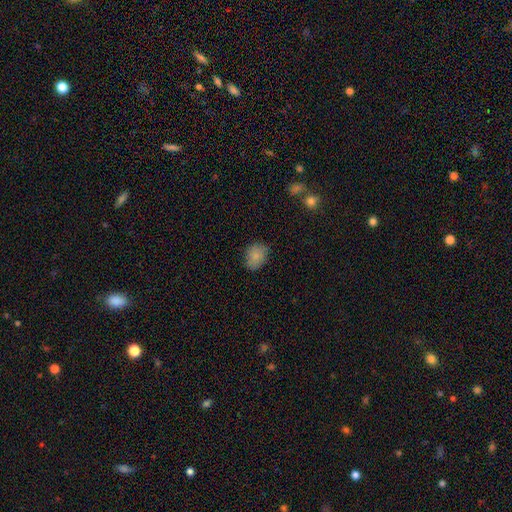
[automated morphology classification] Overall: smooth (84%). How rounded: in between (62%; round 37%). Merging: none (79%).